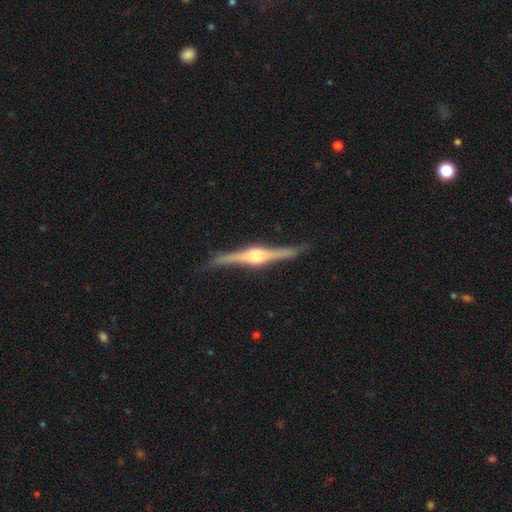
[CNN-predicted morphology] smooth_or_featured: featured or disk (p=0.87) [alt: smooth p=0.08]
disk_edge_on: yes (p=0.97) [alt: no p=0.03]
edge_on_bulge: rounded (p=0.85) [alt: boxy p=0.12]
merging: none (p=0.86) [alt: minor disturbance p=0.10]